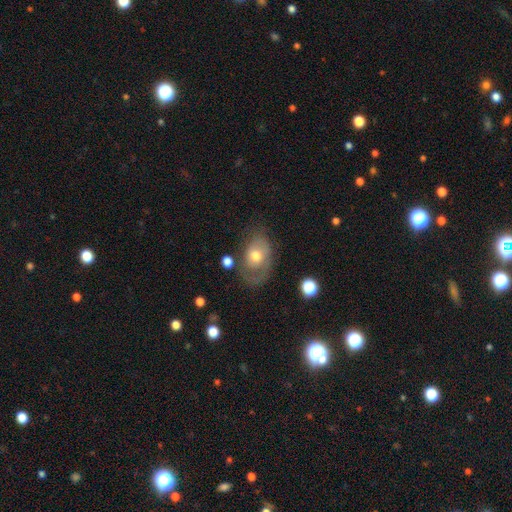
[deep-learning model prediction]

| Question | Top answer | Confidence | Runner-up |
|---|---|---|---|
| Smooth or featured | featured or disk | 48% | smooth (44%) |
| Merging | none | 48% | minor disturbance (26%) |